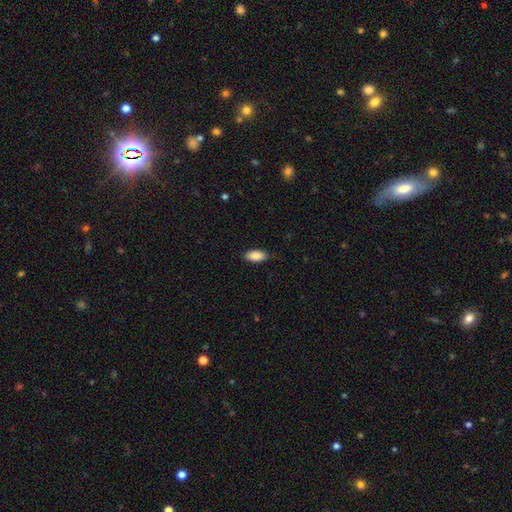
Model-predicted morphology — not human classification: Q: Smooth or featured?
A: smooth (89%); runner-up: star or artifact (6%)
Q: How rounded?
A: in between (90%); runner-up: cigar-shaped (8%)
Q: Merging?
A: none (85%); runner-up: minor disturbance (12%)